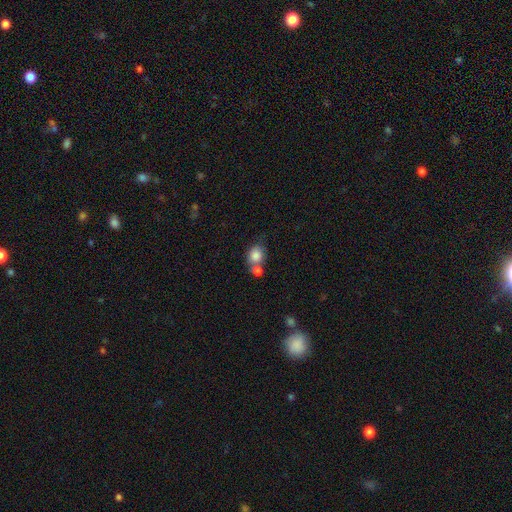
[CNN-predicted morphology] Smooth or featured? smooth (84%)
How rounded? round (66%)
Merging? merger (42%)